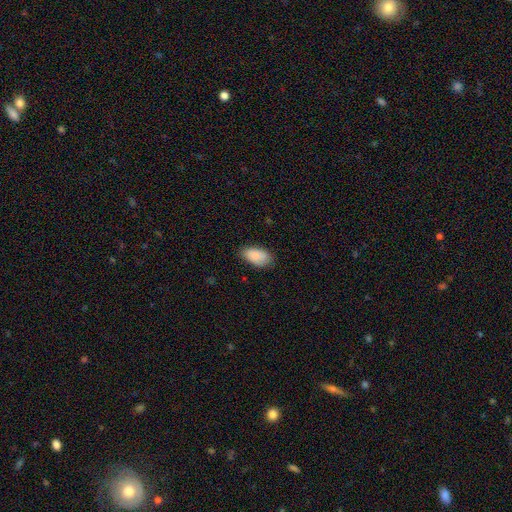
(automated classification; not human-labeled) The model was most divided on "merging": none: 77%, minor disturbance: 19%, major disturbance: 3%, merger: 1%. More confident: how rounded — in between (94%); smooth or featured — smooth (87%).